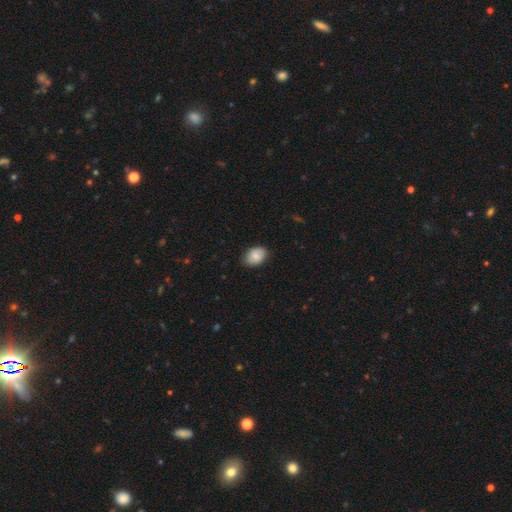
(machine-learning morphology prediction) A smooth galaxy with no disk features (82%) that is in between round and cigar-shaped (83%). Merging: none (83%).